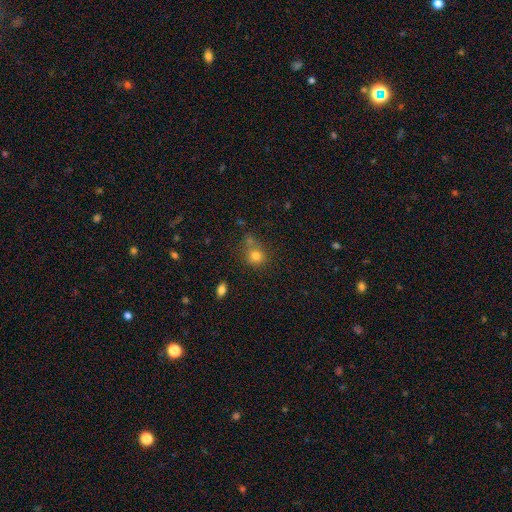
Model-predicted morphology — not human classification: smooth-or-featured: smooth: 77% | star or artifact: 14% | featured or disk: 9%
  how-rounded: round: 79% | in between: 20% | cigar-shaped: 1%
  merging: none: 55% | merger: 24% | minor disturbance: 15% | major disturbance: 6%